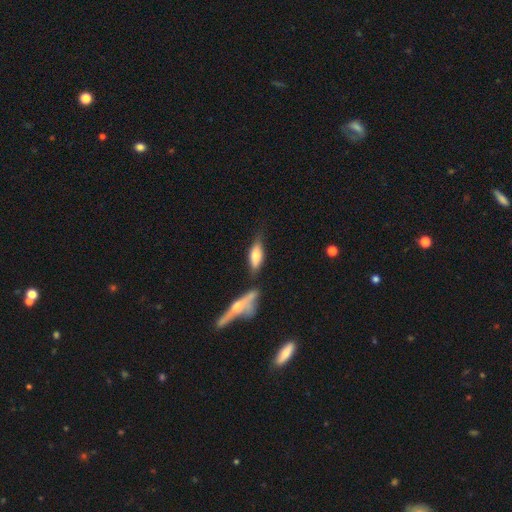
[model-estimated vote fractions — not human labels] Smooth or featured? smooth (67%)
How rounded? in between (66%)
Merging? none (58%)